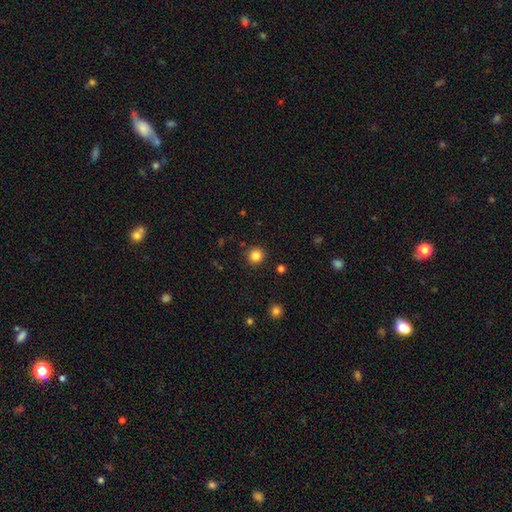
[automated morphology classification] Smooth or featured: smooth — 84% (star or artifact — 12%)
How rounded: round — 92% (in between — 7%)
Merging: none — 91% (minor disturbance — 6%)